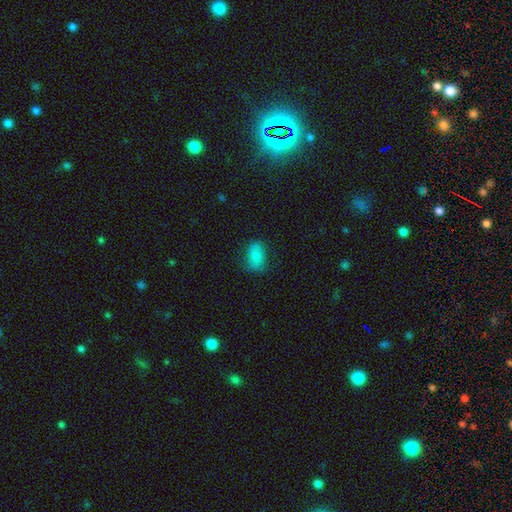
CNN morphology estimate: Overall: smooth (81%). How rounded: in between (85%). Merging: none (79%).